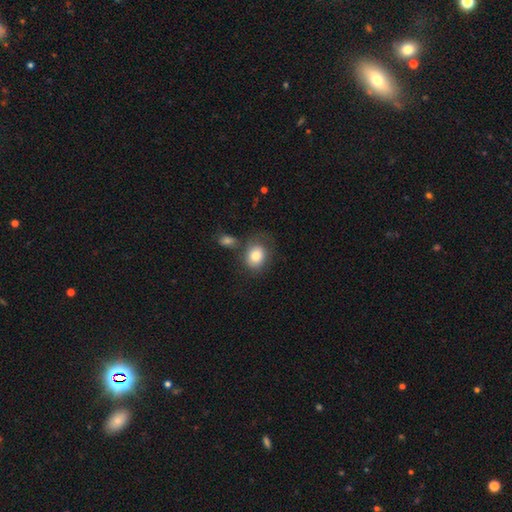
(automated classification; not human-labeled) Smooth or featured: smooth — 79% (featured or disk — 13%)
How rounded: round — 53% (in between — 46%)
Merging: none — 53% (minor disturbance — 21%)